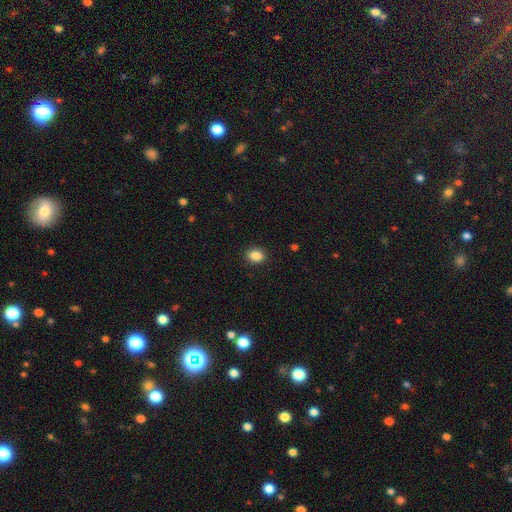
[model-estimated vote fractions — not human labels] smooth 87%, star or artifact 10%, featured or disk 4%. Down the decision tree: how rounded — in between (50%); merging — none (90%).